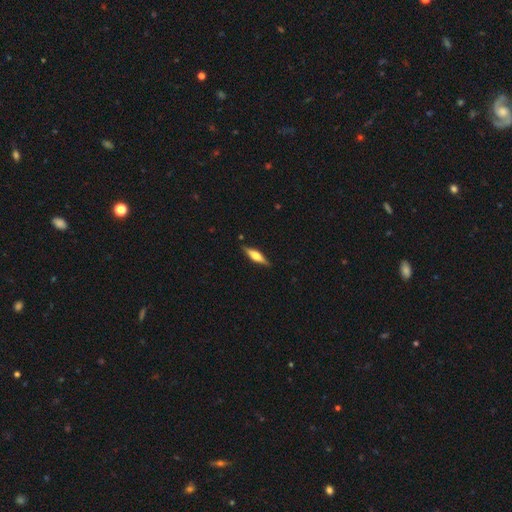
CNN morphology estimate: Smooth or featured? featured or disk (55%)
Edge-on disk? yes (95%)
Edge-on bulge? rounded (80%)
Merging? none (87%)